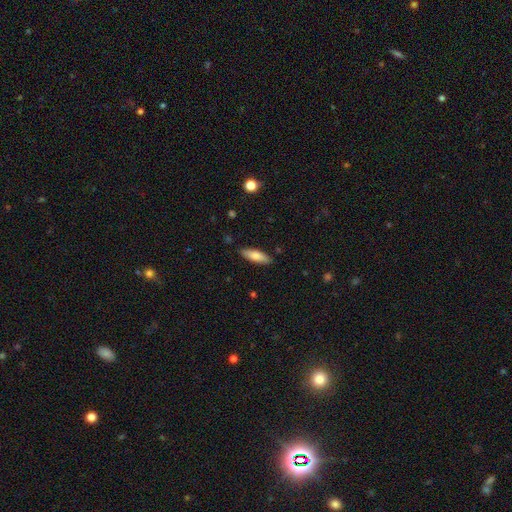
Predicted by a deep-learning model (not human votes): smooth 77%, featured or disk 17%, star or artifact 6%. Down the decision tree: how rounded — in between (52%); merging — none (87%).